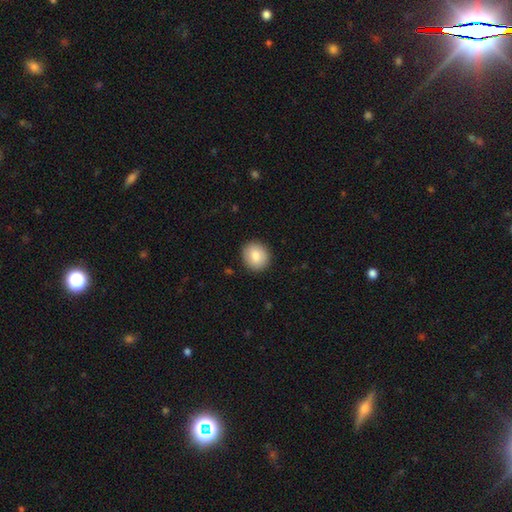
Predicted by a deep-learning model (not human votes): A smooth galaxy with no disk features (84%) that is round (81%). Merging: none (90%).